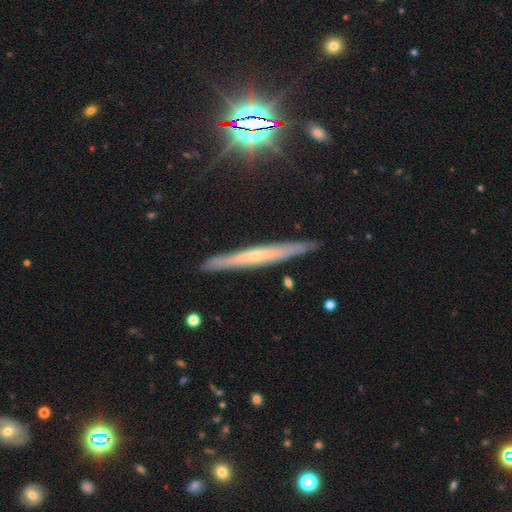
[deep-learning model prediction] featured or disk 63%, smooth 28%, star or artifact 9%. Down the decision tree: edge-on disk — yes (93%); edge-on bulge — rounded (48%, tied with none); merging — none (88%).